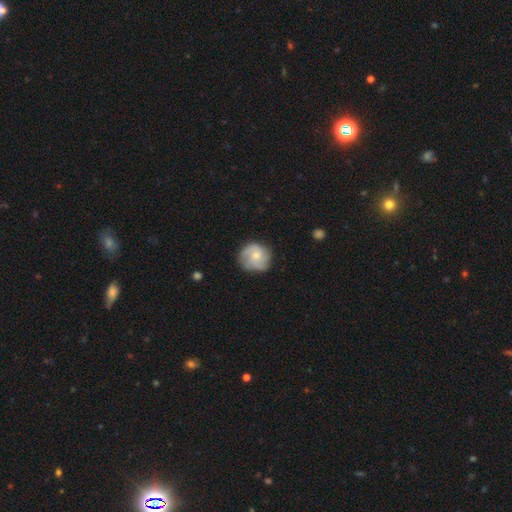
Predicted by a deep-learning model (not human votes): Smooth or featured: featured or disk — 49% (smooth — 44%)
Merging: none — 69% (minor disturbance — 23%)